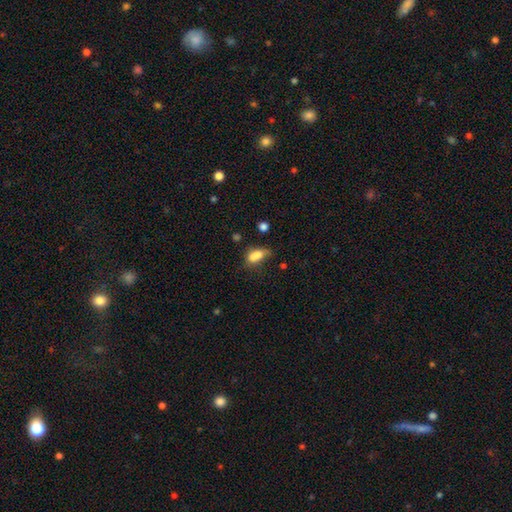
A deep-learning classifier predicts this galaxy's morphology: Smooth or featured? Predicted: smooth (p=0.74). How rounded? Predicted: in between (p=0.79). Merging? Predicted: none (p=0.31).